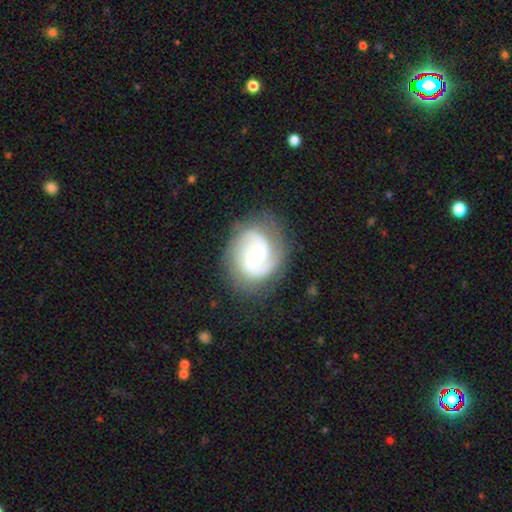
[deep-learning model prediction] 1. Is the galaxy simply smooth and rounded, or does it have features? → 88% featured or disk, 7% smooth, 5% star or artifact.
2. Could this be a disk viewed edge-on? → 98% no, 2% yes.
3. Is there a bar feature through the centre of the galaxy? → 51% weak, 30% no, 19% strong.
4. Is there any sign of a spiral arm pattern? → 97% yes, 3% no.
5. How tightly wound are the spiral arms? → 53% medium, 28% tight, 19% loose.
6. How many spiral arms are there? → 83% 2, 7% 3, 5% can't tell, 3% 1, 2% 4, 2% more than 4.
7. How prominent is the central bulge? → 51% moderate, 42% small, 4% large, 2% none, 1% dominant.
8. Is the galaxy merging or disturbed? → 79% none, 14% minor disturbance, 6% major disturbance, 1% merger.